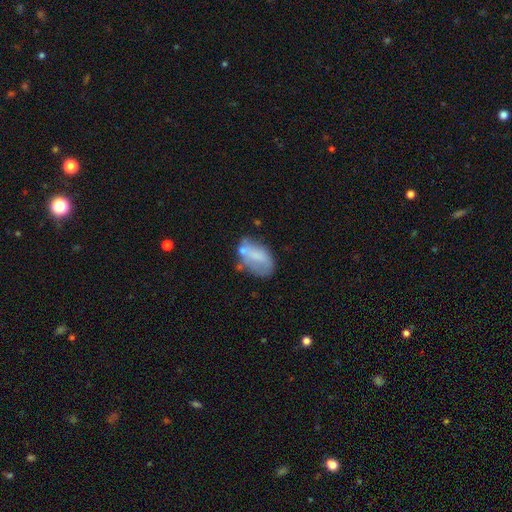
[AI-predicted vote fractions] This appears to be a smooth galaxy with no disk features (60%) that is in between round and cigar-shaped (90%). Merging: none (42%).